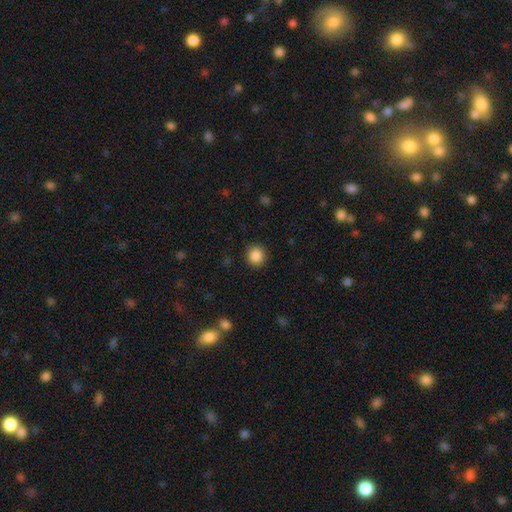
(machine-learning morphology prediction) Smooth or featured: smooth — 87% (star or artifact — 10%)
How rounded: round — 92% (in between — 8%)
Merging: none — 91% (minor disturbance — 6%)